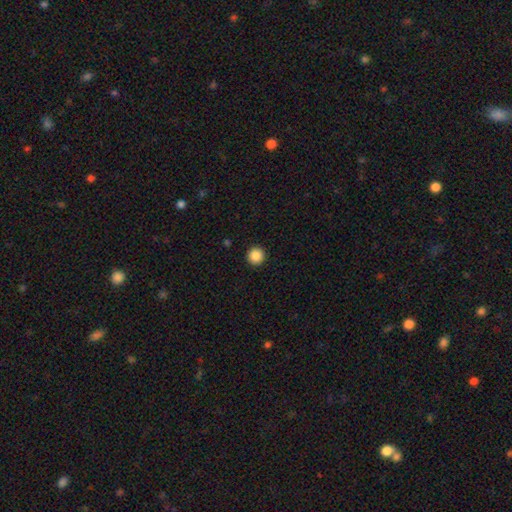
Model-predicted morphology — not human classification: Smooth or featured?
  - smooth: 87% *
  - star or artifact: 10%
  - featured or disk: 3%
How rounded?
  - round: 96% *
  - in between: 3%
  - cigar-shaped: 1%
Merging?
  - none: 94% *
  - minor disturbance: 4%
  - major disturbance: 1%
  - merger: 1%